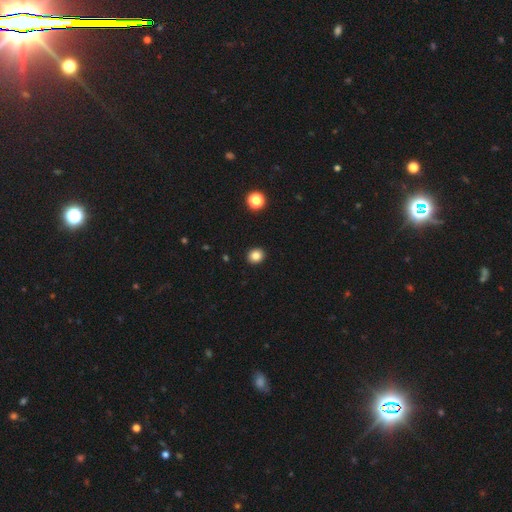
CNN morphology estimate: smooth_or_featured: smooth (p=0.84) [alt: star or artifact p=0.11]
how_rounded: round (p=0.76) [alt: in between p=0.23]
merging: none (p=0.92) [alt: minor disturbance p=0.05]